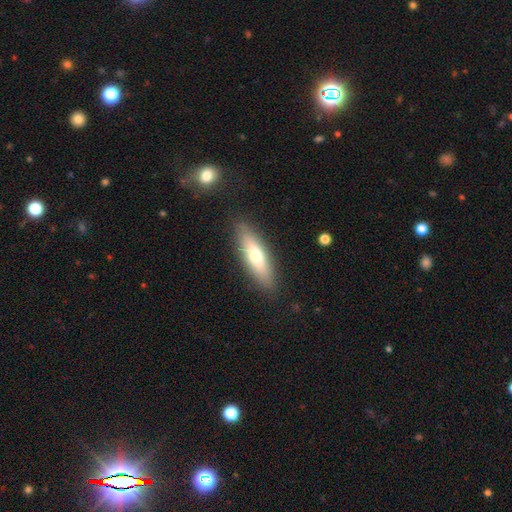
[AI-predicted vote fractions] Smooth or featured: smooth — 62% (featured or disk — 32%)
How rounded: cigar-shaped — 60% (in between — 38%)
Merging: none — 86% (minor disturbance — 10%)